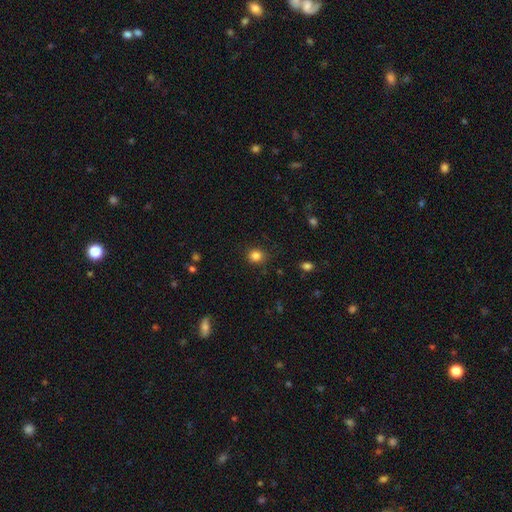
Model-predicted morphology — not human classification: smooth-or-featured: smooth: 84% | star or artifact: 11% | featured or disk: 4%
  how-rounded: round: 82% | in between: 17% | cigar-shaped: 1%
  merging: none: 86% | minor disturbance: 10% | major disturbance: 3% | merger: 1%